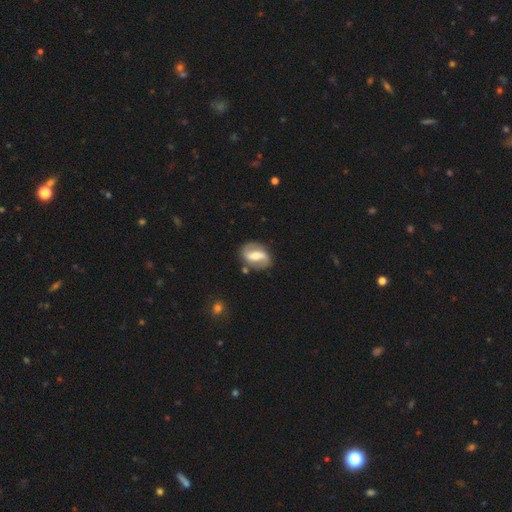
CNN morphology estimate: A featured or disk galaxy (76%) with a strong bar (49%), 2 (90%) loose (45%) spiral arms (87%) and a moderate central bulge (51%). Merging: none (77%).